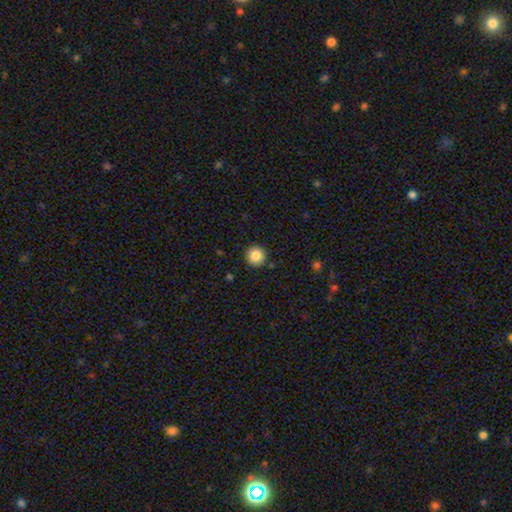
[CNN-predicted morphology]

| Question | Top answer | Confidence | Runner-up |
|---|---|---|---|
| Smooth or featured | smooth | 86% | star or artifact (9%) |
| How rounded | round | 95% | in between (4%) |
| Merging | none | 91% | minor disturbance (6%) |